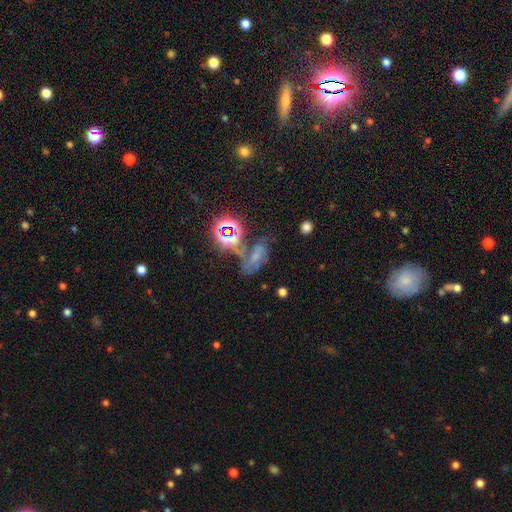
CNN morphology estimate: This appears to be a star or artifact, not a galaxy (40%).